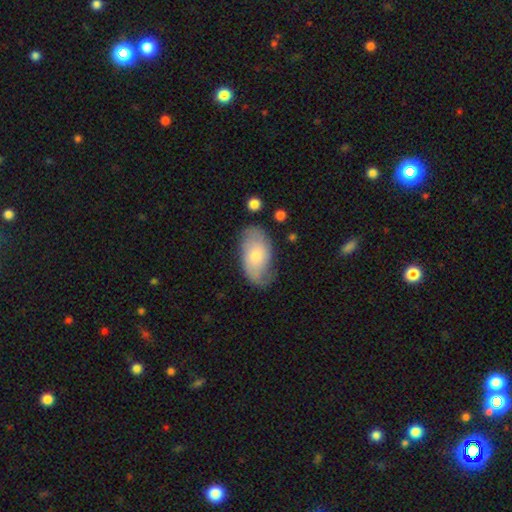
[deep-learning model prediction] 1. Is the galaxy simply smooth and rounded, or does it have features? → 57% smooth, 37% featured or disk, 6% star or artifact.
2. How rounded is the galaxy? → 94% in between, 5% round, 2% cigar-shaped.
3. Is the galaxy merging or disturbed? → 61% none, 27% minor disturbance, 10% major disturbance, 2% merger.